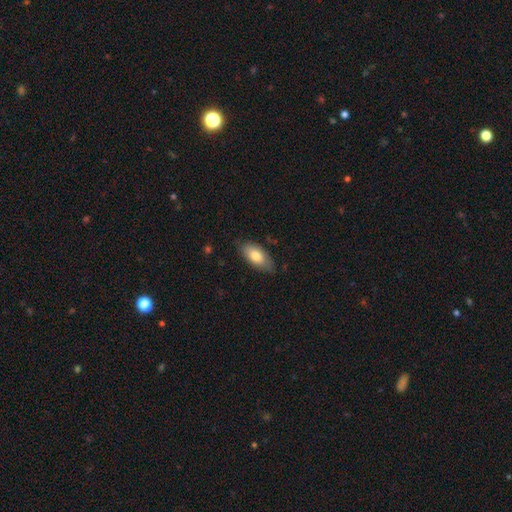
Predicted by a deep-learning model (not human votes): smooth 77%, featured or disk 17%, star or artifact 6%. Down the decision tree: how rounded — in between (90%); merging — none (80%).